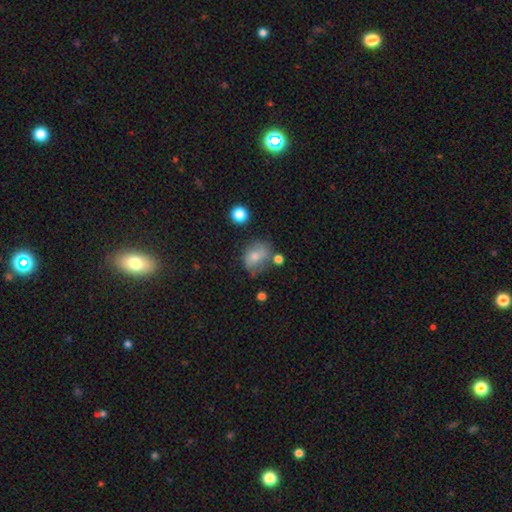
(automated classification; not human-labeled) smooth-or-featured: smooth: 63% | featured or disk: 25% | star or artifact: 12%
  how-rounded: in between: 56% | round: 42% | cigar-shaped: 1%
  merging: none: 56% | minor disturbance: 26% | major disturbance: 10% | merger: 8%